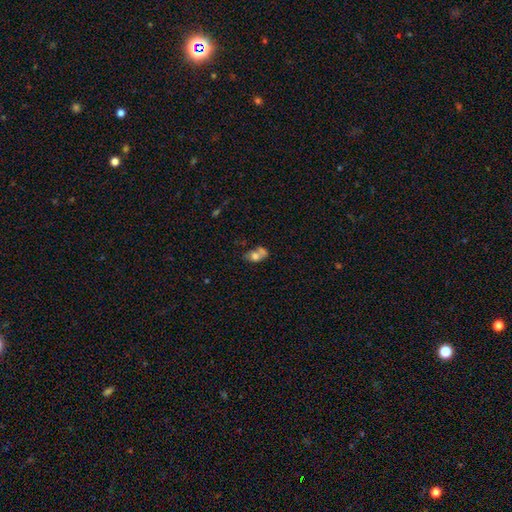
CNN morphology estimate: This is likely a smooth galaxy (67%). How rounded: likely in between (70%). Merging: possibly merger (53%).